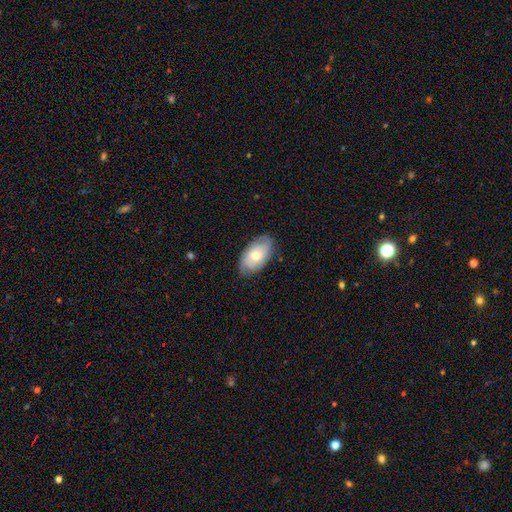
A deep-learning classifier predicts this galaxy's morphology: This appears to be a smooth galaxy with no disk features (54%) that is in between round and cigar-shaped (92%). Merging: none (77%).